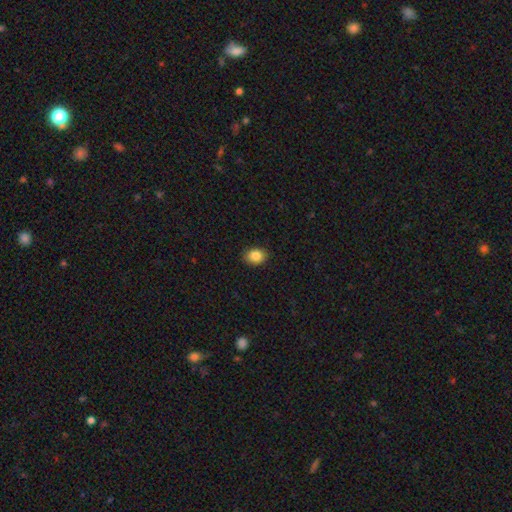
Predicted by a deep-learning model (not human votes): Smooth or featured: smooth — 86% (star or artifact — 9%)
How rounded: in between — 57% (round — 42%)
Merging: none — 89% (minor disturbance — 8%)